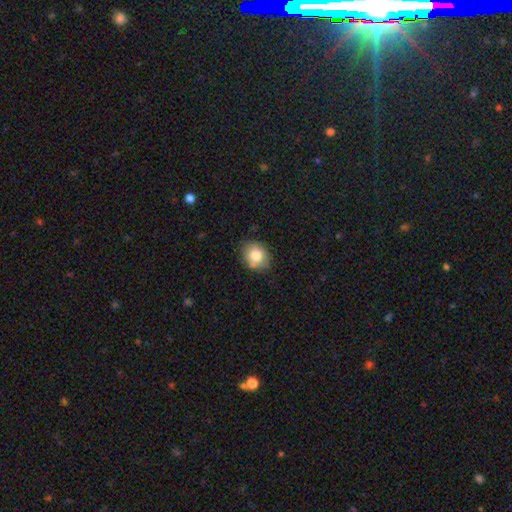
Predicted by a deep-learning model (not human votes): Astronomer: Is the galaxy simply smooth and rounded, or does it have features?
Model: smooth — 81%.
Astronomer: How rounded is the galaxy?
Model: round — 64%.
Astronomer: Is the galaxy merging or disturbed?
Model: none — 80%.